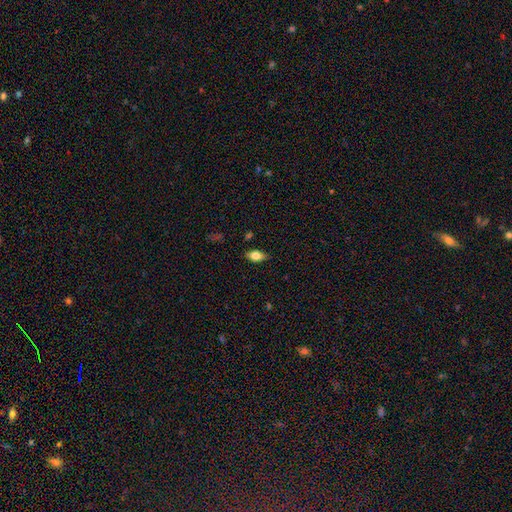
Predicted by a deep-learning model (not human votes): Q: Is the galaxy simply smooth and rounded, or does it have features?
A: smooth — 67%.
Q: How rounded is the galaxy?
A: in between — 85%.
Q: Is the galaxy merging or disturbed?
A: none — 85%.